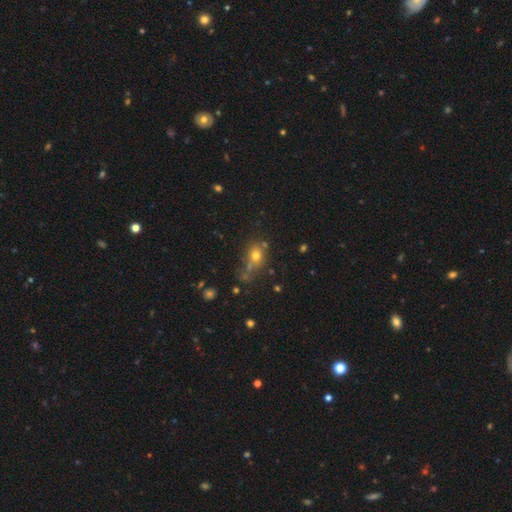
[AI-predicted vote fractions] smooth_or_featured: smooth (p=0.67) [alt: star or artifact p=0.18]
how_rounded: round (p=0.57) [alt: in between p=0.40]
merging: none (p=0.51) [alt: merger p=0.18]